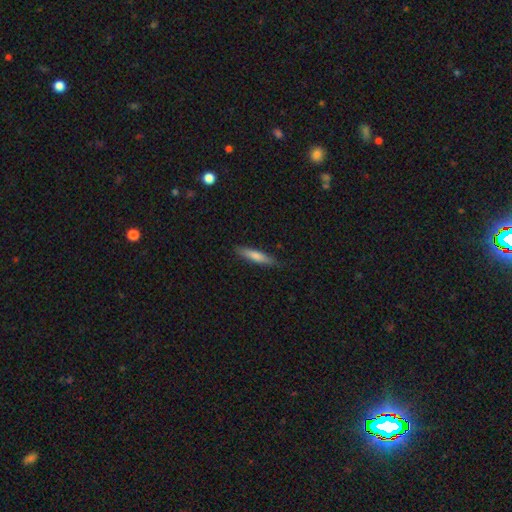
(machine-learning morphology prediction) Overall: smooth (59%; featured or disk 34%). How rounded: cigar-shaped (90%). Merging: none (86%).